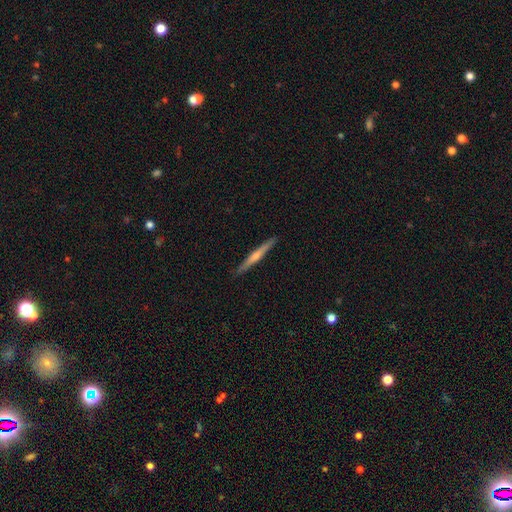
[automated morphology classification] smooth-or-featured: featured or disk: 67% | smooth: 27% | star or artifact: 6%
  disk-edge-on: yes: 98% | no: 2%
    edge-on-bulge: rounded: 70% | none: 23% | boxy: 6%
  merging: none: 91% | minor disturbance: 6% | major disturbance: 1% | merger: 1%